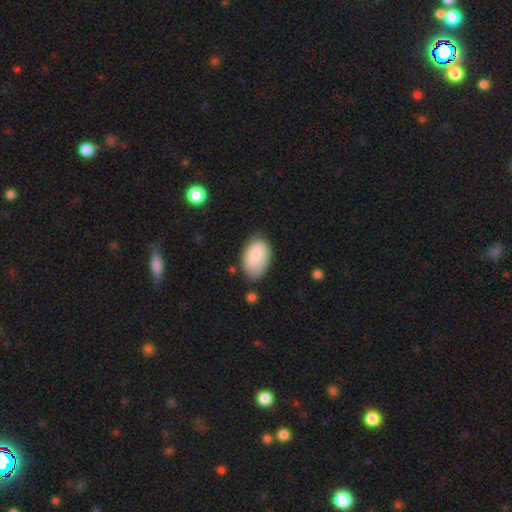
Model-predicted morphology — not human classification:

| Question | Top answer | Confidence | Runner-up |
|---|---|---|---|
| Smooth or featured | smooth | 82% | featured or disk (12%) |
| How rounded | in between | 92% | round (7%) |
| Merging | none | 65% | minor disturbance (25%) |